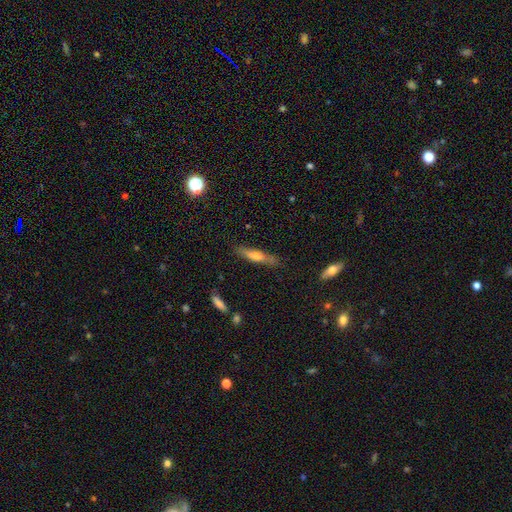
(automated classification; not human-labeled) Smooth or featured?
  - smooth: 46% * (tied)
  - featured or disk: 46% * (tied)
  - star or artifact: 9%
Merging?
  - none: 82% *
  - minor disturbance: 14%
  - major disturbance: 3%
  - merger: 2%